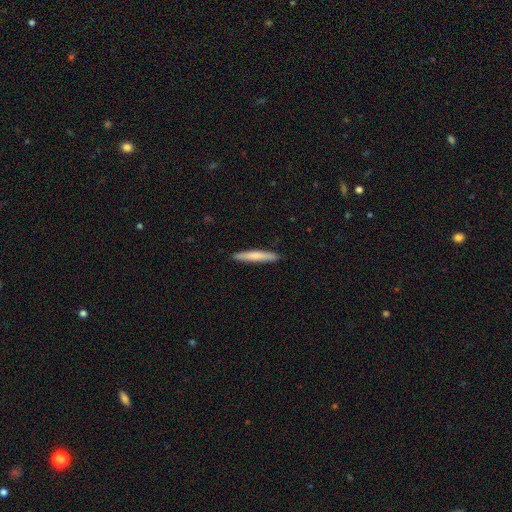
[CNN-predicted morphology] Smooth or featured: smooth — 71% (featured or disk — 23%)
How rounded: cigar-shaped — 95% (in between — 4%)
Merging: none — 91% (minor disturbance — 6%)